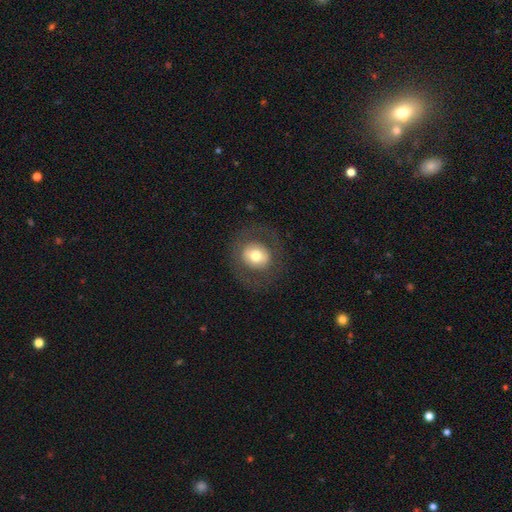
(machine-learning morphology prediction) The model was most divided on "smooth or featured": smooth: 59%, featured or disk: 33%, star or artifact: 8%. More confident: how rounded — round (83%); merging — none (80%).